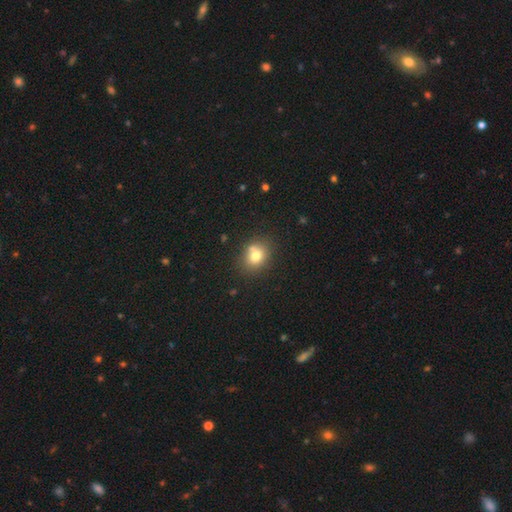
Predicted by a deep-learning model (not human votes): Smooth or featured? Predicted: smooth (p=0.75). How rounded? Predicted: round (p=0.62). Merging? Predicted: none (p=0.68).